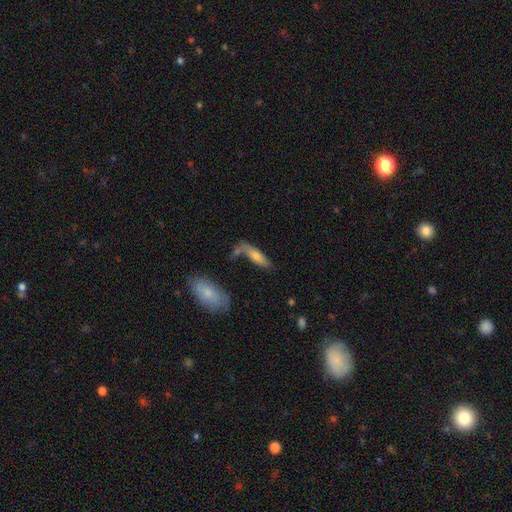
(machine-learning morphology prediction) A smooth galaxy with no disk features (59%) that is cigar-shaped (54%).

Vote fractions:
- Smooth or featured? smooth: 59% / featured or disk: 33% / star or artifact: 8%
- How rounded? cigar-shaped: 54% / in between: 43% / round: 3%
- Merging? none: 44% / merger: 23% / minor disturbance: 19% / major disturbance: 14%